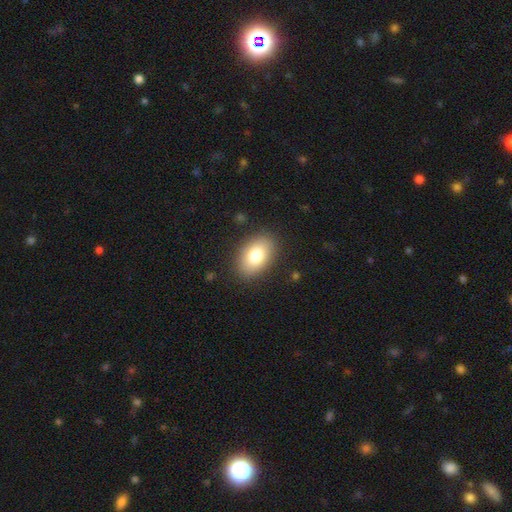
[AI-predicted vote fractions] The model was most divided on "smooth or featured": smooth: 81%, featured or disk: 11%, star or artifact: 8%. More confident: how rounded — in between (88%); merging — none (86%).